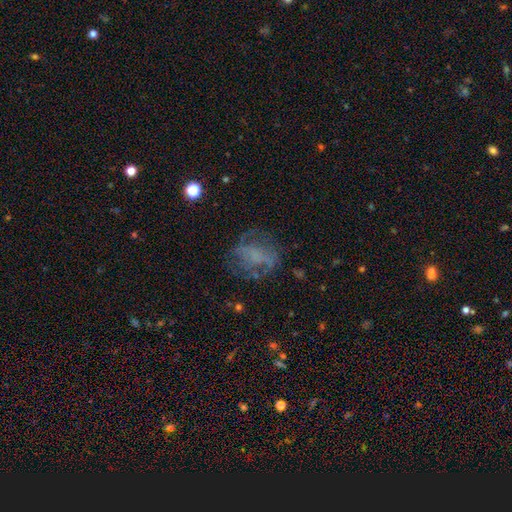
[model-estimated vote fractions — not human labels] Smooth or featured? featured or disk (48%)
Merging? none (56%)